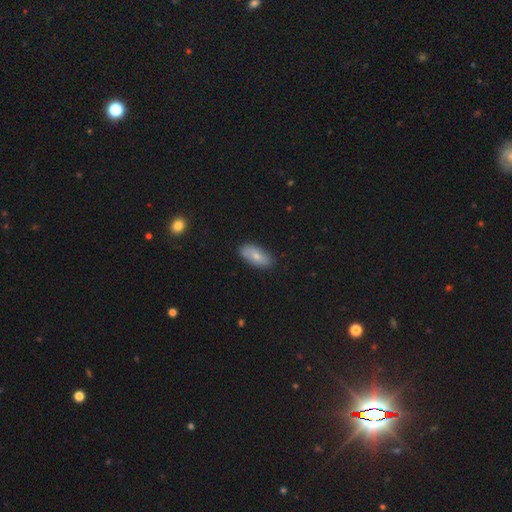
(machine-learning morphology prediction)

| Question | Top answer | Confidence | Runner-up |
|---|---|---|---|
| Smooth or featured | smooth | 69% | featured or disk (24%) |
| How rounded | in between | 89% | cigar-shaped (8%) |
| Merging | none | 82% | minor disturbance (14%) |